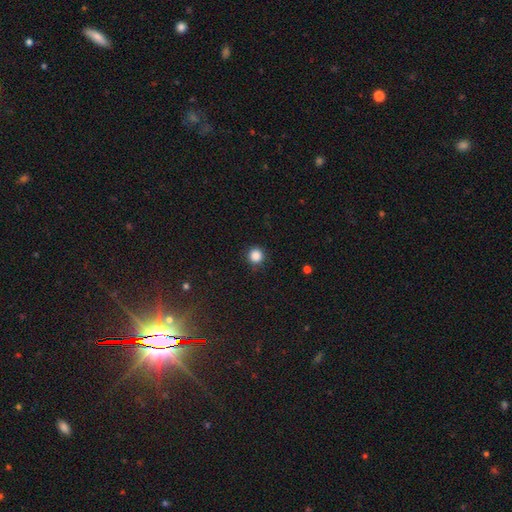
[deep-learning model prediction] A smooth galaxy with no disk features (86%) that is round (95%). Merging: none (89%).